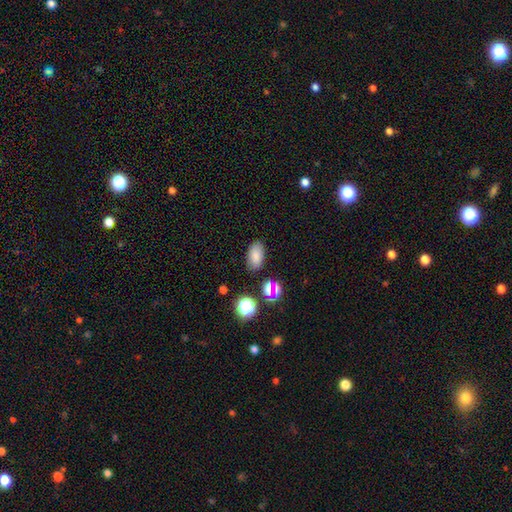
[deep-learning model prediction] Q: Smooth or featured?
A: smooth (80%); runner-up: star or artifact (13%)
Q: How rounded?
A: in between (91%); runner-up: round (7%)
Q: Merging?
A: none (83%); runner-up: minor disturbance (11%)